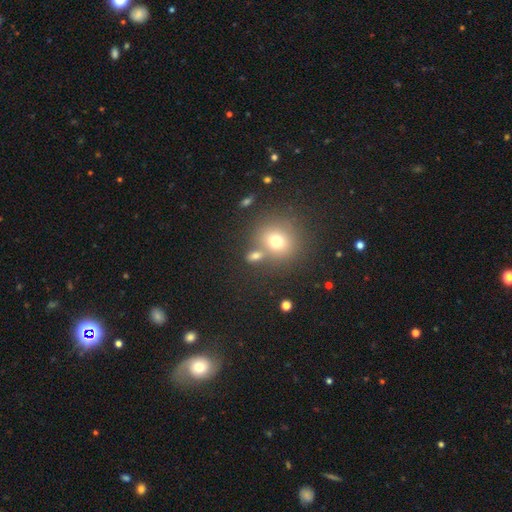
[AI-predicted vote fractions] A smooth galaxy with no disk features (72%) that is round (51%).

Vote fractions:
- Smooth or featured? smooth: 72% / star or artifact: 16% / featured or disk: 12%
- How rounded? round: 51% / in between: 45% / cigar-shaped: 4%
- Merging? none: 61% / merger: 23% / minor disturbance: 11% / major disturbance: 5%